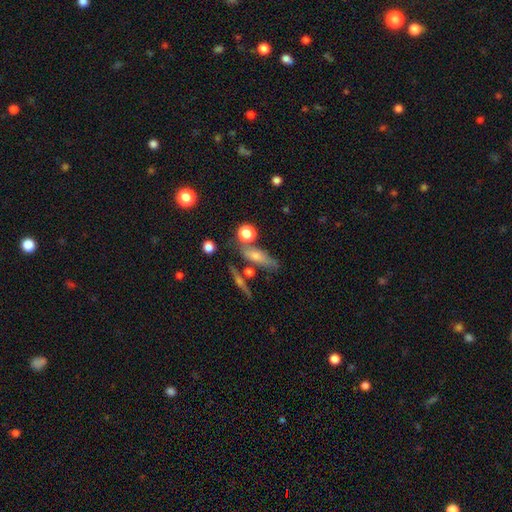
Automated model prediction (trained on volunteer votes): smooth_or_featured: smooth (p=0.58) [alt: featured or disk p=0.31]
how_rounded: in between (p=0.46) [alt: cigar-shaped p=0.44]
merging: none (p=0.57) [alt: minor disturbance p=0.18]